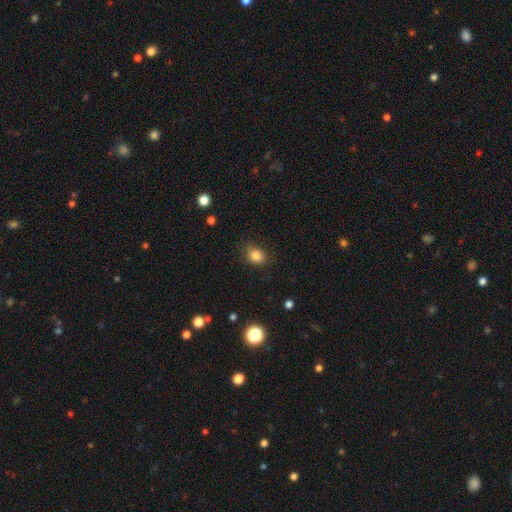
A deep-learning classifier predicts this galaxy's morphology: Smooth or featured?
  - smooth: 83% *
  - star or artifact: 11%
  - featured or disk: 6%
How rounded?
  - round: 57% *
  - in between: 42%
  - cigar-shaped: 1%
Merging?
  - none: 73% *
  - minor disturbance: 21%
  - major disturbance: 5%
  - merger: 1%